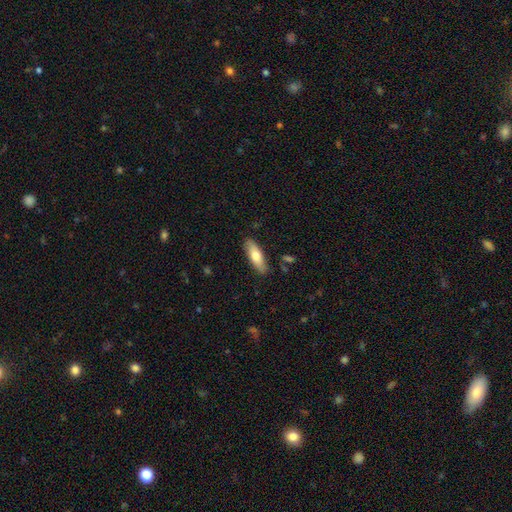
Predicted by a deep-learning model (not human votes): Smooth or featured? Predicted: smooth (p=0.71). How rounded? Predicted: in between (p=0.59). Merging? Predicted: none (p=0.87).